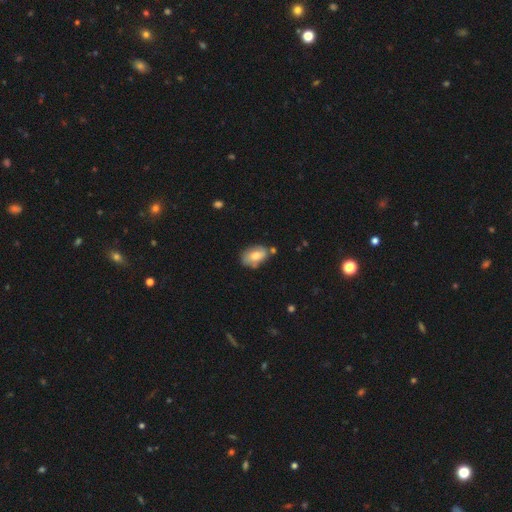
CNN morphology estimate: Q: Smooth or featured?
A: smooth (69%); runner-up: featured or disk (24%)
Q: How rounded?
A: in between (89%); runner-up: round (10%)
Q: Merging?
A: none (62%); runner-up: minor disturbance (23%)